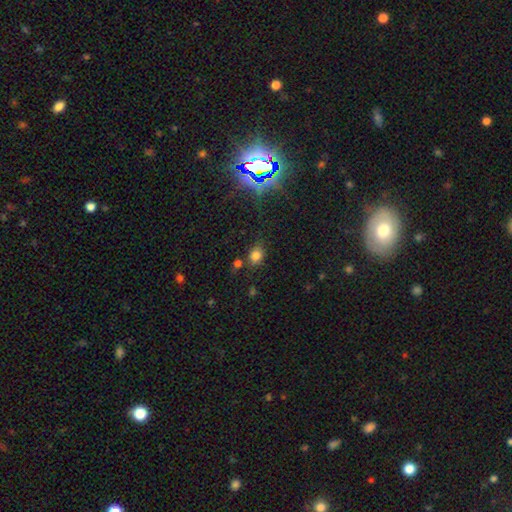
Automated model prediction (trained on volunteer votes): This appears to be a smooth galaxy with no disk features (75%) that is in between round and cigar-shaped (57%). Merging: none (69%).